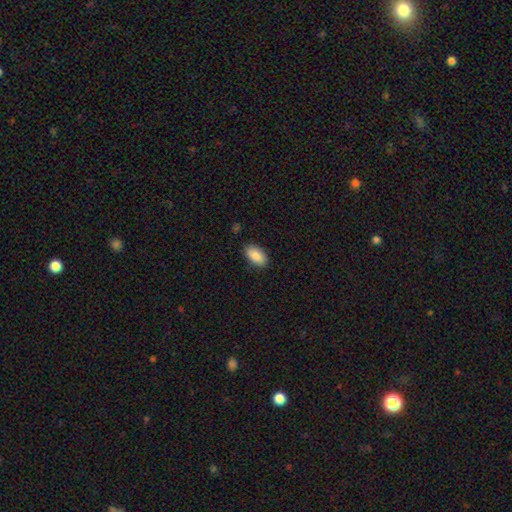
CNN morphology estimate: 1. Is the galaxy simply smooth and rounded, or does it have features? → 87% smooth, 7% star or artifact, 7% featured or disk.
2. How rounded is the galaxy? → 94% in between, 4% round, 3% cigar-shaped.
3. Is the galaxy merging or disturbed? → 86% none, 11% minor disturbance, 2% major disturbance, 1% merger.